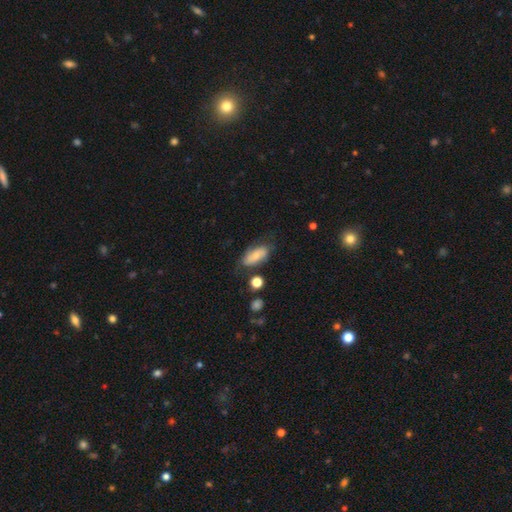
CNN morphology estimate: This appears to be a smooth galaxy with no disk features (67%) that is in between round and cigar-shaped (85%). Merging: none (64%).